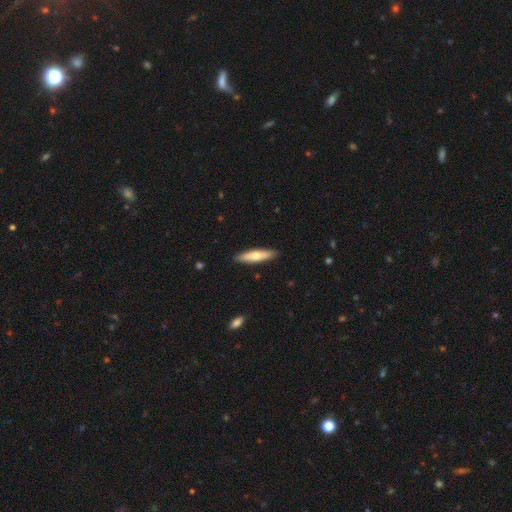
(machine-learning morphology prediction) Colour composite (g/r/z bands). It shows a smooth galaxy with no disk features (65%) that is cigar-shaped (79%). Merging: none (90%).